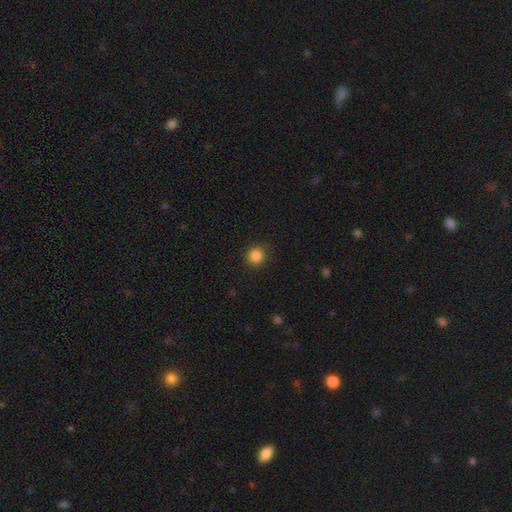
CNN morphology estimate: Overall: smooth (86%). How rounded: round (91%). Merging: none (90%).